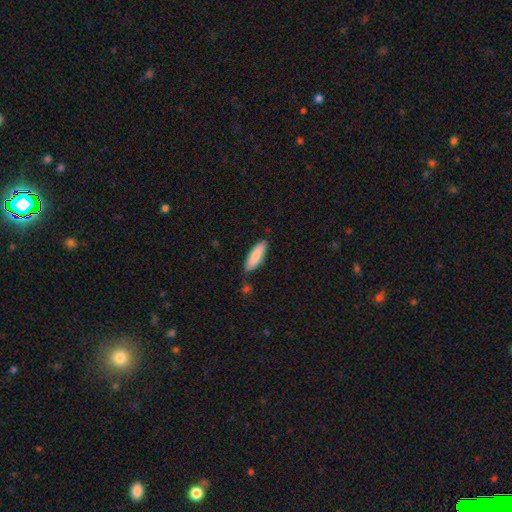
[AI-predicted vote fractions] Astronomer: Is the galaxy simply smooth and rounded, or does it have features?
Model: smooth — 86%.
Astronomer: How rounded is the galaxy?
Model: cigar-shaped — 55% (runner-up: in between, 43%).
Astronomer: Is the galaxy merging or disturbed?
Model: none — 80%.